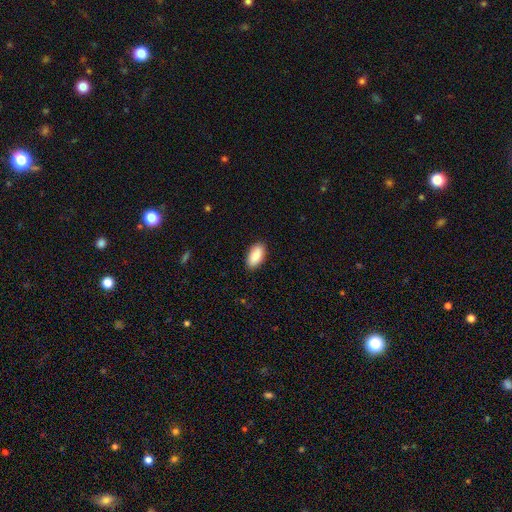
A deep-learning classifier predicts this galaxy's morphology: Smooth or featured: smooth — 90% (star or artifact — 6%)
How rounded: in between — 93% (cigar-shaped — 4%)
Merging: none — 89% (minor disturbance — 8%)